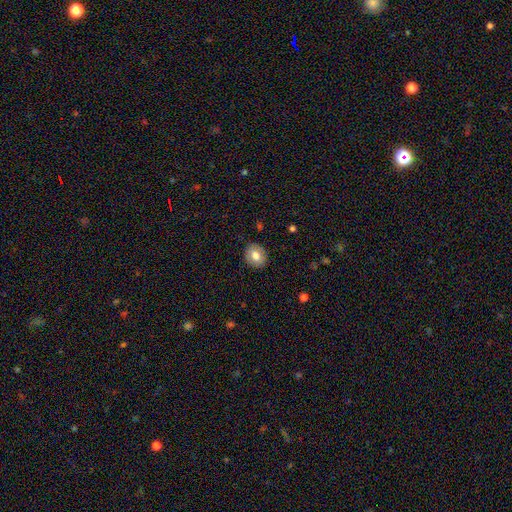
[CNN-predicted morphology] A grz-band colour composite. It shows a smooth galaxy with no disk features (76%) that is round (65%). Merging: none (88%).